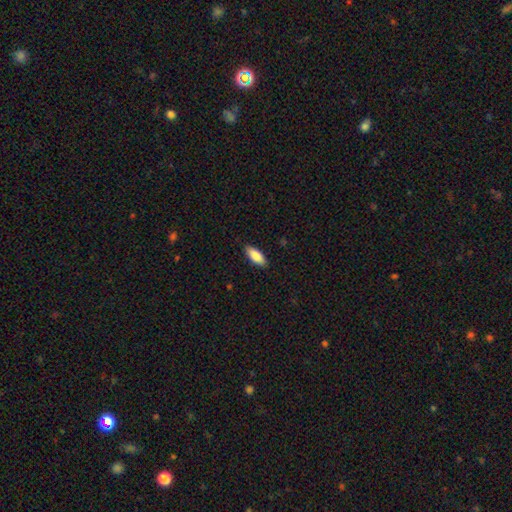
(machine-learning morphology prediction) smooth 83%, featured or disk 11%, star or artifact 6%. Down the decision tree: how rounded — in between (77%); merging — none (88%).